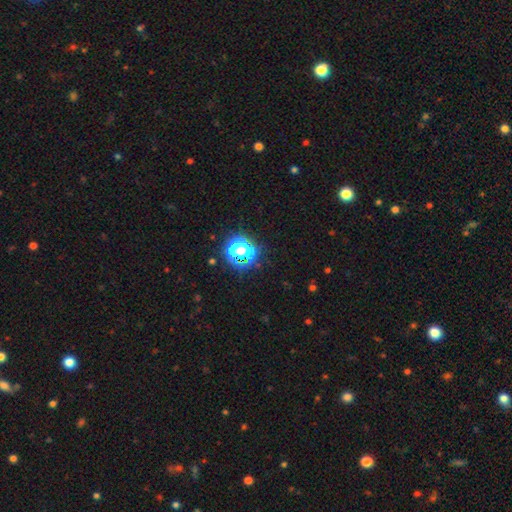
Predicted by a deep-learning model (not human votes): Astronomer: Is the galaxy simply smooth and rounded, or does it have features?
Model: star or artifact — 79%.